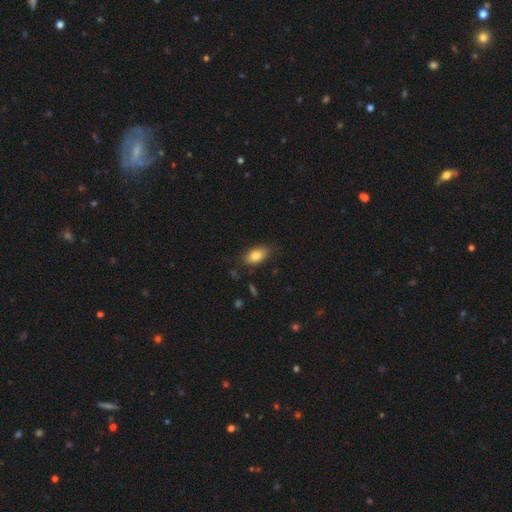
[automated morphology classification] Overall: smooth (81%). How rounded: in between (91%). Merging: none (82%).